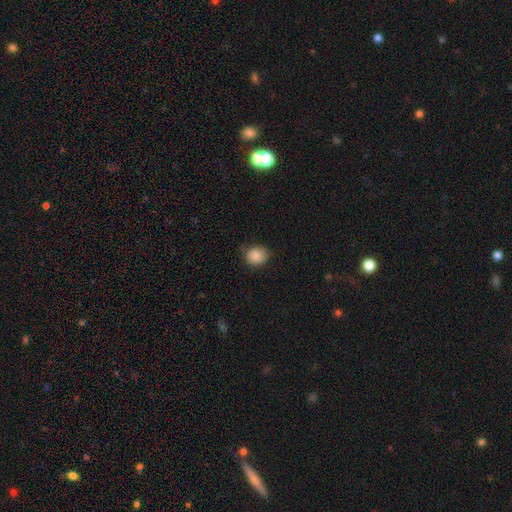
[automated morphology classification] Smooth or featured? Predicted: smooth (p=0.87). How rounded? Predicted: round (p=0.77). Merging? Predicted: none (p=0.71).